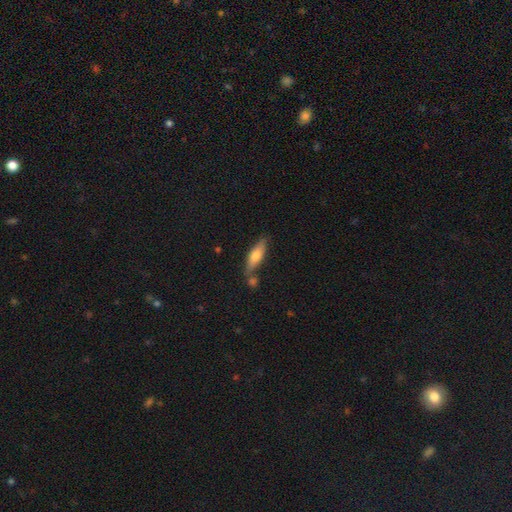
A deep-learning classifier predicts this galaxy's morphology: smooth 59%, featured or disk 34%, star or artifact 6%. Down the decision tree: how rounded — cigar-shaped (58%); merging — none (67%).